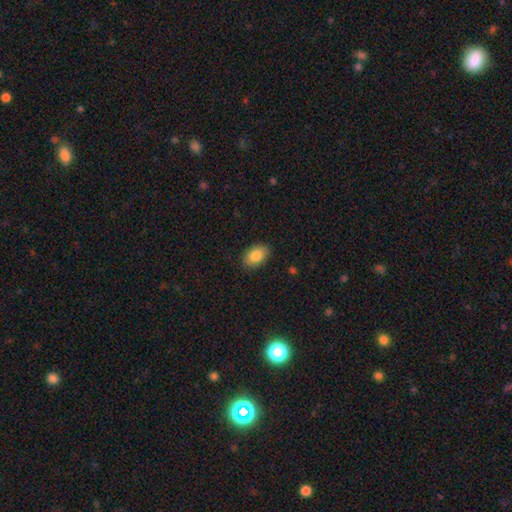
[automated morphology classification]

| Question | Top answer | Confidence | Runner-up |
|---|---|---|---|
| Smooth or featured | smooth | 84% | featured or disk (8%) |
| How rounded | in between | 85% | round (14%) |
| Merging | none | 87% | minor disturbance (10%) |